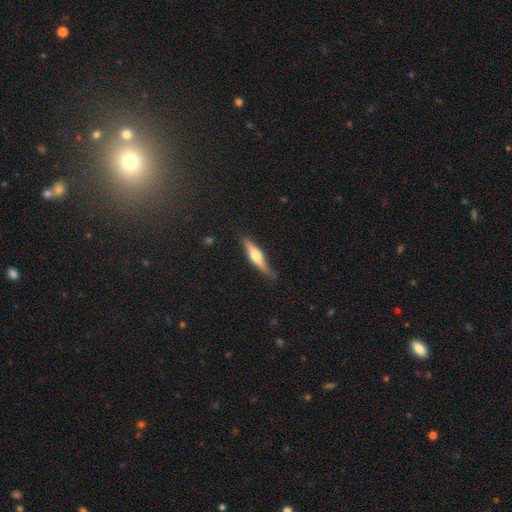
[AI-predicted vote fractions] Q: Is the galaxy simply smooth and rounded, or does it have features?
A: featured or disk — 53%.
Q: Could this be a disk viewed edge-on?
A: yes — 93%.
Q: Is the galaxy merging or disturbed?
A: none — 76%.